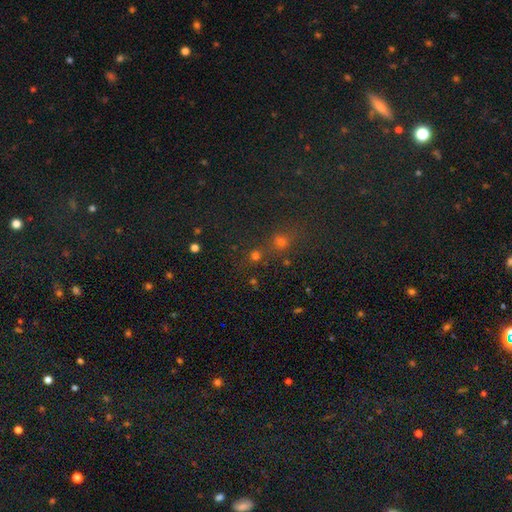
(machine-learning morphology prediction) This is possibly a smooth galaxy (47%). Merging: likely none (64%).